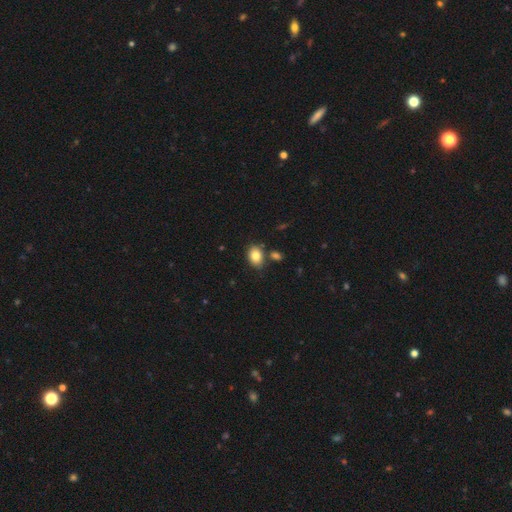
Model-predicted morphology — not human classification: smooth-or-featured: smooth: 83% | star or artifact: 9% | featured or disk: 8%
  how-rounded: in between: 73% | round: 26% | cigar-shaped: 1%
  merging: none: 74% | minor disturbance: 13% | merger: 10% | major disturbance: 3%